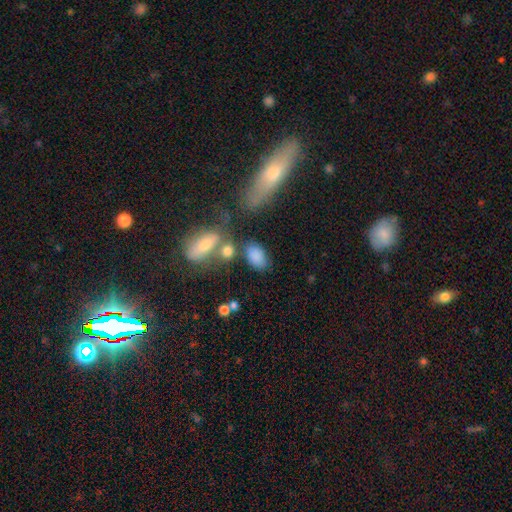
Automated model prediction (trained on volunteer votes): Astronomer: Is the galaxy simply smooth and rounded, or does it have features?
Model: smooth — 82%.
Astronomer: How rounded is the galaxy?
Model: in between — 91%.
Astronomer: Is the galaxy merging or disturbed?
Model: none — 58%.